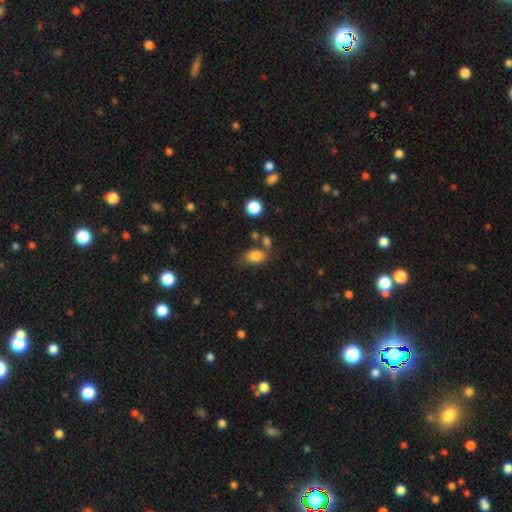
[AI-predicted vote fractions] This is clearly a smooth galaxy (82%). How rounded: clearly in between (81%). Merging: possibly none (54%).